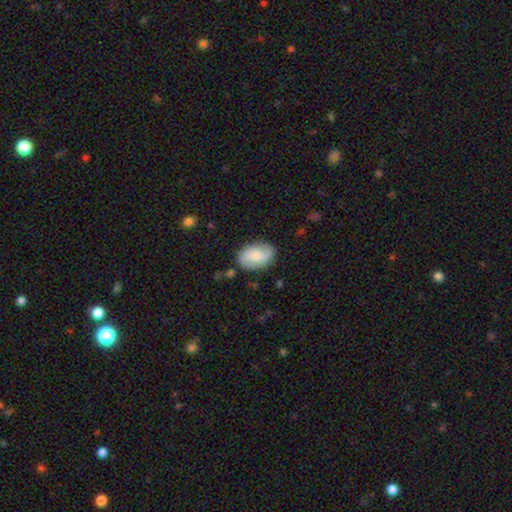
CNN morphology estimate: A smooth galaxy with no disk features (51%) that is in between round and cigar-shaped (86%). Merging: none (82%).